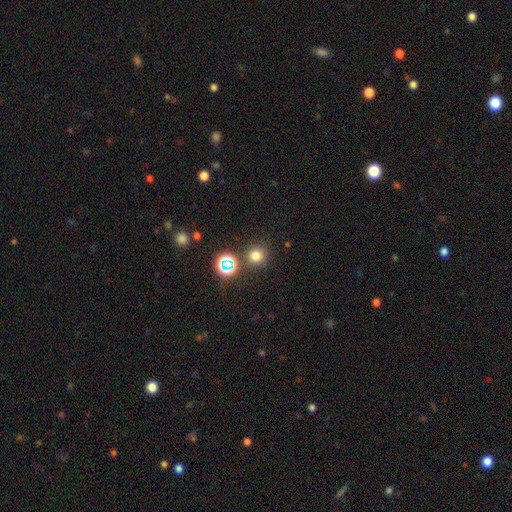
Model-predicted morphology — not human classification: A smooth galaxy with no disk features (71%) that is round (91%). Merging: none (82%).